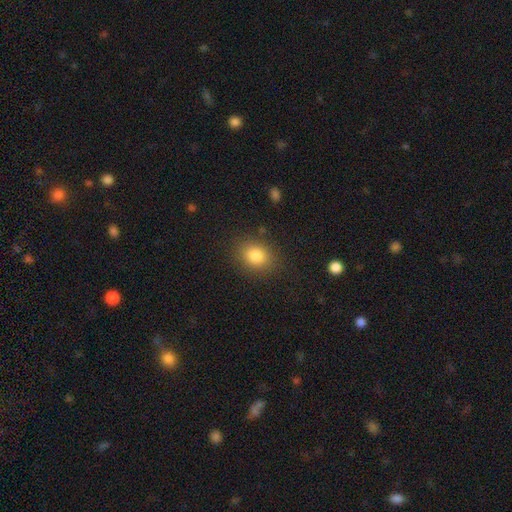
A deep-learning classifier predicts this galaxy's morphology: The model was most divided on "how rounded": round: 50%, in between: 49%, cigar-shaped: 1%. More confident: merging — none (85%); smooth or featured — smooth (83%).